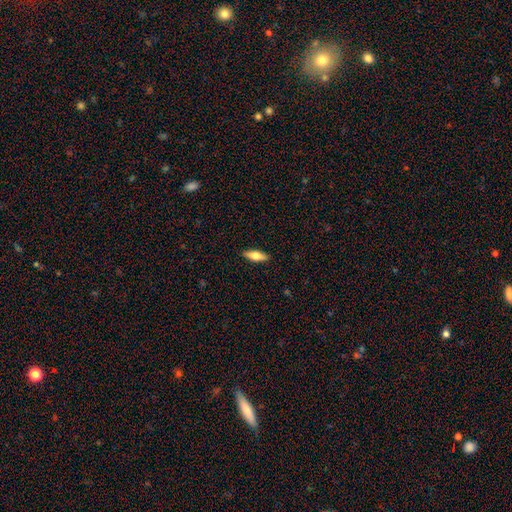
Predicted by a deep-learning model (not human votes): smooth-or-featured: smooth: 63% | featured or disk: 31% | star or artifact: 6%
  how-rounded: in between: 57% | cigar-shaped: 40% | round: 2%
  merging: none: 90% | minor disturbance: 7% | major disturbance: 2% | merger: 1%